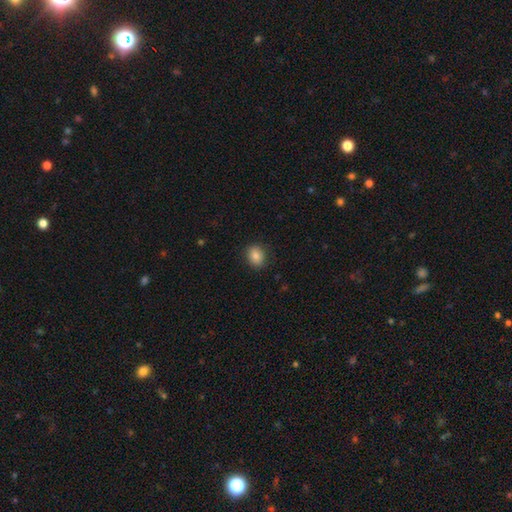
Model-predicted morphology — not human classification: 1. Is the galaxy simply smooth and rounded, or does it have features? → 83% smooth, 9% star or artifact, 8% featured or disk.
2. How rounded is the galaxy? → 54% round, 45% in between, 1% cigar-shaped.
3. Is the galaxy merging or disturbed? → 87% none, 9% minor disturbance, 2% major disturbance, 1% merger.